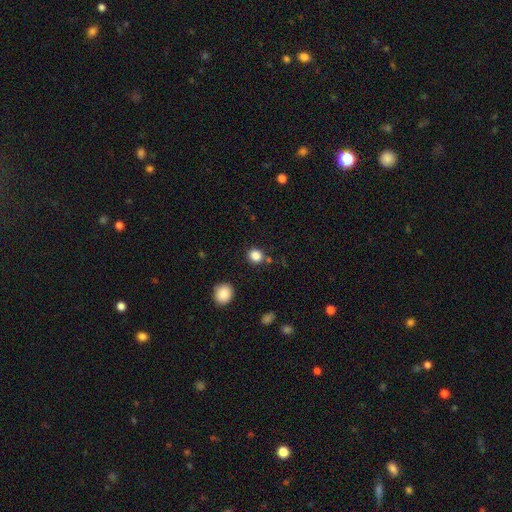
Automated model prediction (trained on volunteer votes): Smooth or featured: smooth — 85% (star or artifact — 12%)
How rounded: round — 83% (in between — 16%)
Merging: none — 83% (minor disturbance — 9%)